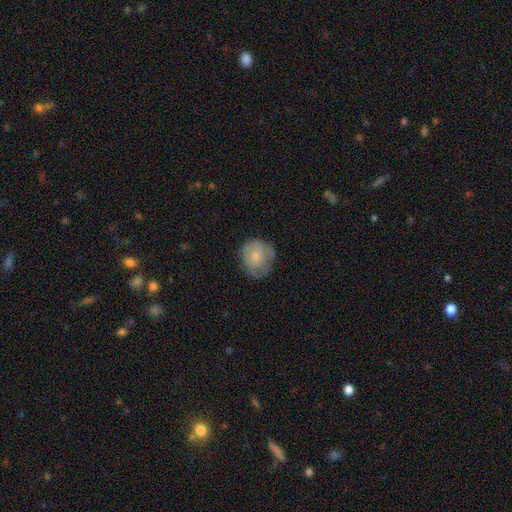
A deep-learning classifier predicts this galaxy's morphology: smooth-or-featured: smooth: 68% | featured or disk: 25% | star or artifact: 8%
  how-rounded: round: 78% | in between: 21% | cigar-shaped: 1%
  merging: none: 59% | minor disturbance: 28% | major disturbance: 12% | merger: 2%